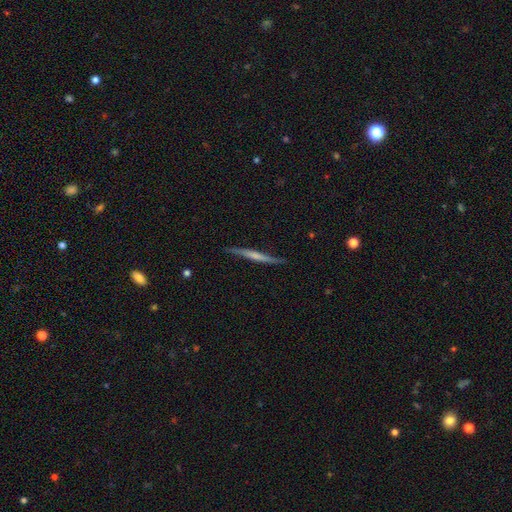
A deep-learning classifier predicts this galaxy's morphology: Smooth or featured?
  - featured or disk: 62% *
  - smooth: 33%
  - star or artifact: 5%
Edge-on disk?
  - yes: 95% *
  - no: 5%
Edge-on bulge?
  - none: 57% *
  - rounded: 28%
  - boxy: 15%
Merging?
  - none: 82% *
  - minor disturbance: 14%
  - major disturbance: 2%
  - merger: 2%